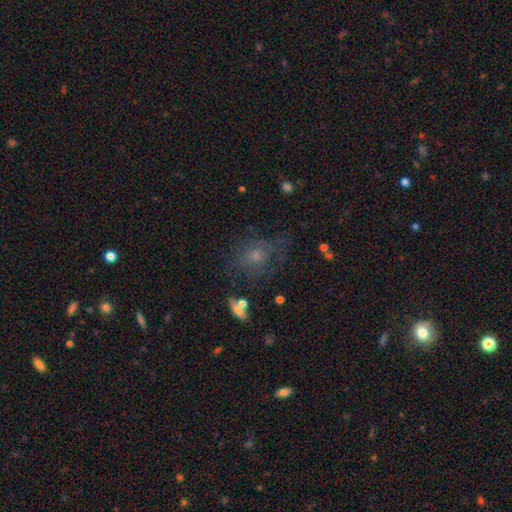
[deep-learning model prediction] This is possibly a smooth galaxy (48%). Merging: possibly none (52%).